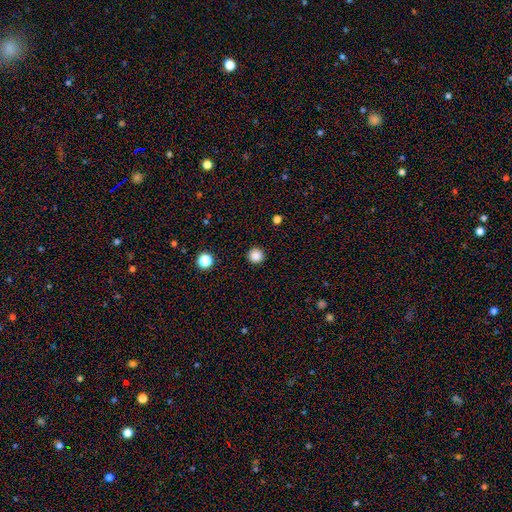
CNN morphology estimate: The model was most divided on "smooth or featured": smooth: 86%, star or artifact: 11%, featured or disk: 3%. More confident: how rounded — round (97%); merging — none (93%).